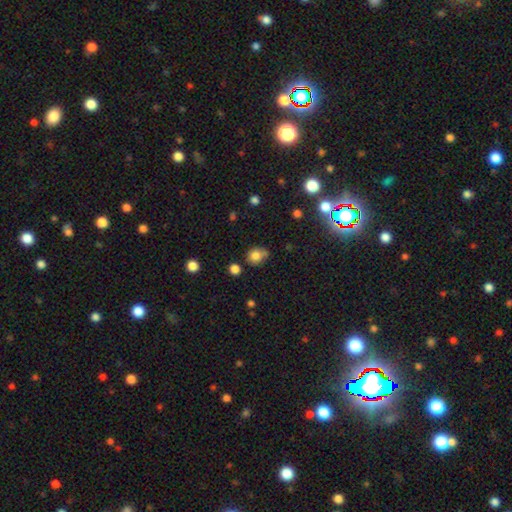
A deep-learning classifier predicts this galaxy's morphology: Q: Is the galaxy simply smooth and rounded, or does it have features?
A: smooth — 81%.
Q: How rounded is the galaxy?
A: round — 73%.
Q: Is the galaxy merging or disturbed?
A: none — 62%.